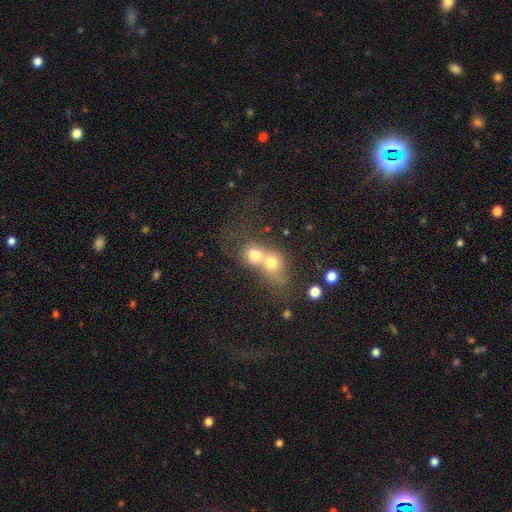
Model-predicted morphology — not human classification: Q: Smooth or featured?
A: smooth (65%); runner-up: featured or disk (24%)
Q: How rounded?
A: round (58%); runner-up: in between (40%)
Q: Merging?
A: merger (77%); runner-up: none (12%)